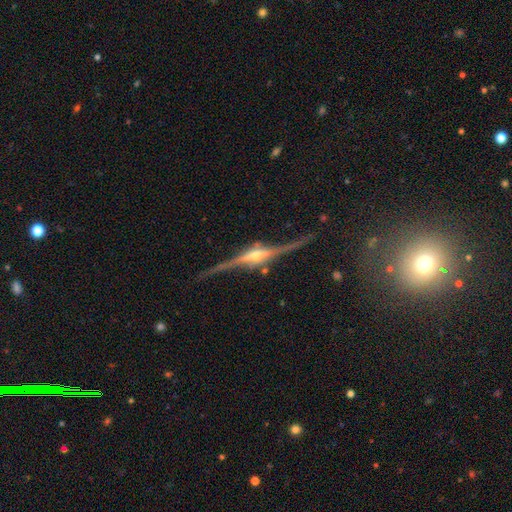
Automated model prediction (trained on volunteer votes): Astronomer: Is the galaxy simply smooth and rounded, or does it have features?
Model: featured or disk — 91%.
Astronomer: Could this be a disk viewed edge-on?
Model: yes — 98%.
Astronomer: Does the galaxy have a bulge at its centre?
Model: rounded — 88%.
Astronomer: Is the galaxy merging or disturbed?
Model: none — 83%.